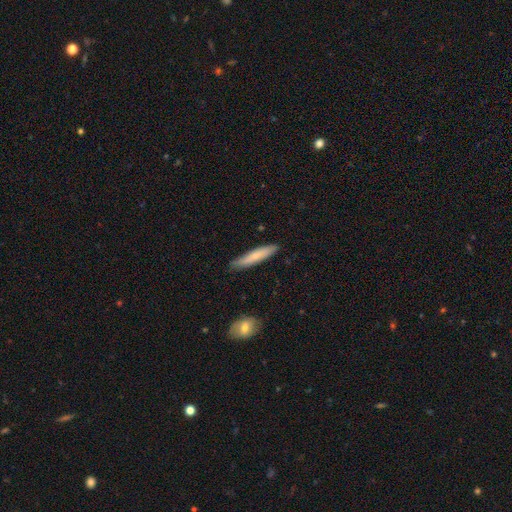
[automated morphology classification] Overall: smooth (69%). How rounded: cigar-shaped (89%). Merging: none (86%).